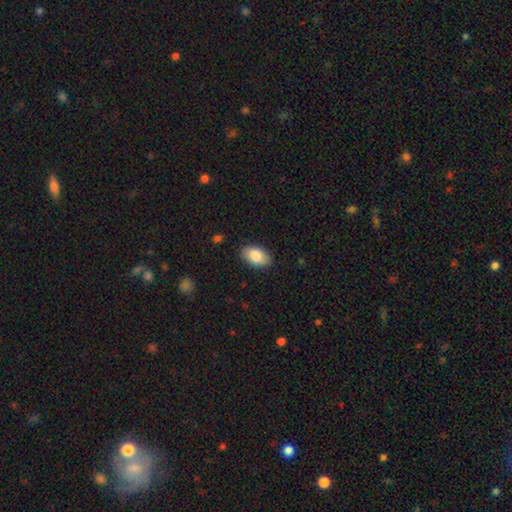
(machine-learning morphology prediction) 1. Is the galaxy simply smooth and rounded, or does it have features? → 84% smooth, 10% featured or disk, 6% star or artifact.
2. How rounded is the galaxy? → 93% in between, 5% round, 2% cigar-shaped.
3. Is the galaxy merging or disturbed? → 87% none, 10% minor disturbance, 2% major disturbance, 1% merger.